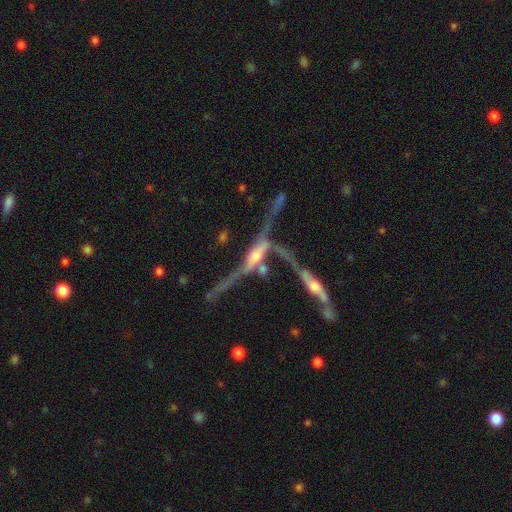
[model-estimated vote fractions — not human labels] Smooth or featured? Predicted: featured or disk (p=0.79). Edge-on disk? Predicted: yes (p=0.76). Edge-on bulge? Predicted: rounded (p=0.79). Merging? Predicted: merger (p=0.47).